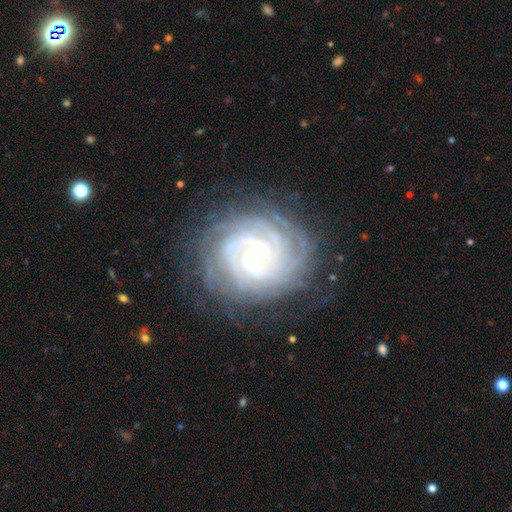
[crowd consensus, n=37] Smooth or featured: featured or disk — 92% (star or artifact — 5%)
Edge-on disk: no — 94% (yes — 6%)
Bar: no — 75% (weak — 19%)
Spiral arms: yes — 97% (no — 3%)
Spiral winding: tight — 84% (medium — 16%)
Spiral arm count: 3 — 32% (more than 4 — 19%)
Bulge size: small — 88% (moderate — 6%)
Merging: none — 74% (minor disturbance — 14%)